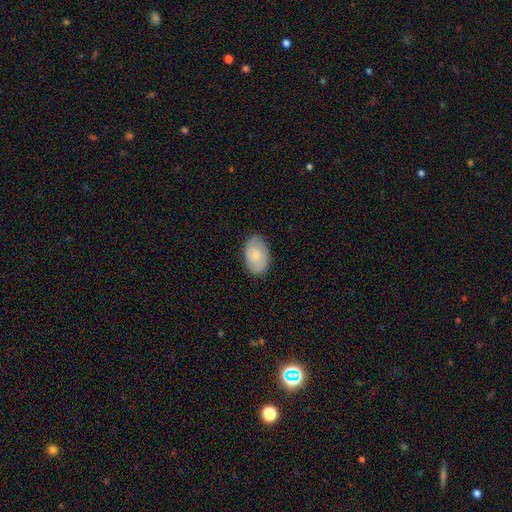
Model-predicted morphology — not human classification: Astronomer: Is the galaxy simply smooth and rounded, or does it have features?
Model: smooth — 58% (runner-up: featured or disk, 36%).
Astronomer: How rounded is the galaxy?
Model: in between — 88%.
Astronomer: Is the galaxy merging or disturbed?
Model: none — 78%.